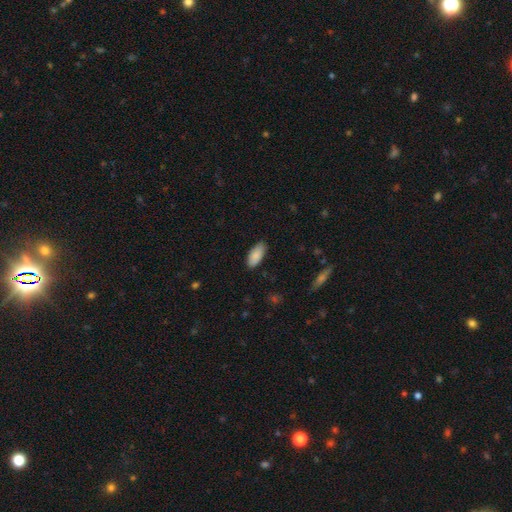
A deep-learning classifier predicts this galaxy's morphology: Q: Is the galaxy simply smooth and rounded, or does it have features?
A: smooth — 88%.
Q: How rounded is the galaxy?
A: in between — 90%.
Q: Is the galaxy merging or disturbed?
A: none — 85%.